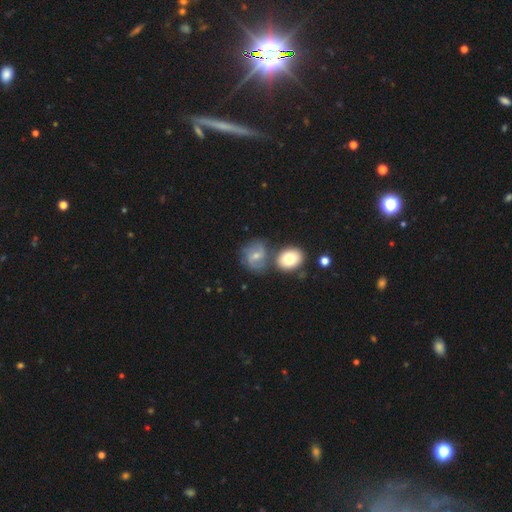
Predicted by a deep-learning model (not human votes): Q: Smooth or featured?
A: featured or disk (63%); runner-up: smooth (28%)
Q: Edge-on disk?
A: no (97%); runner-up: yes (3%)
Q: Bar?
A: weak (48%); runner-up: no (38%)
Q: Spiral arms?
A: yes (89%); runner-up: no (11%)
Q: Spiral winding?
A: medium (50%); runner-up: loose (25%)
Q: Spiral arm count?
A: 2 (69%); runner-up: can't tell (14%)
Q: Bulge size?
A: small (48%); runner-up: moderate (47%)
Q: Merging?
A: none (57%); runner-up: merger (20%)